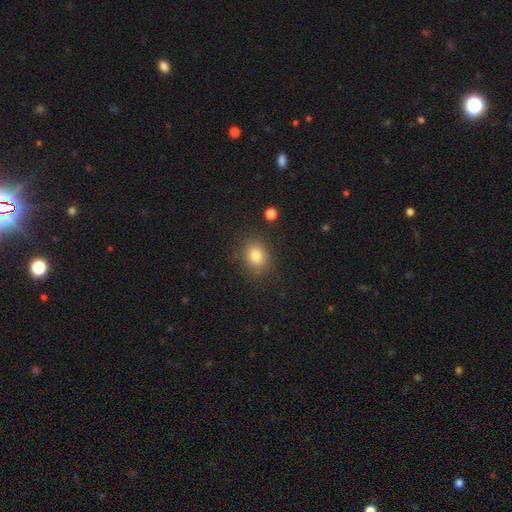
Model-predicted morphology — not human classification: The model was most divided on "how rounded": round: 62%, in between: 37%, cigar-shaped: 1%. More confident: merging — none (84%); smooth or featured — smooth (81%).